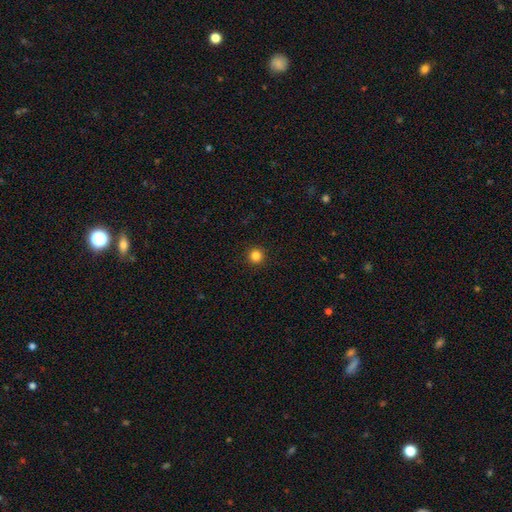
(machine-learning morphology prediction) Q: Smooth or featured?
A: smooth (84%); runner-up: star or artifact (12%)
Q: How rounded?
A: round (96%); runner-up: in between (3%)
Q: Merging?
A: none (93%); runner-up: minor disturbance (4%)